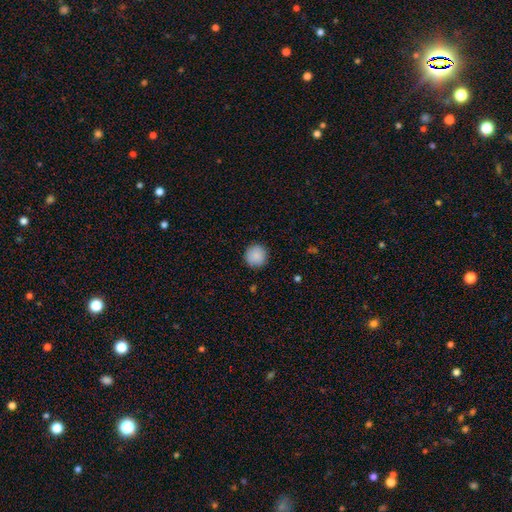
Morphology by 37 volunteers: A smooth galaxy with no disk features (92%) that is round (97%).

Vote fractions:
- Smooth or featured? smooth: 92% / featured or disk: 8% / star or artifact: 0%
- How rounded? round: 97% / in between: 3% / cigar-shaped: 0%
- Merging? none: 92% / minor disturbance: 8% / major disturbance: 0% / merger: 0%